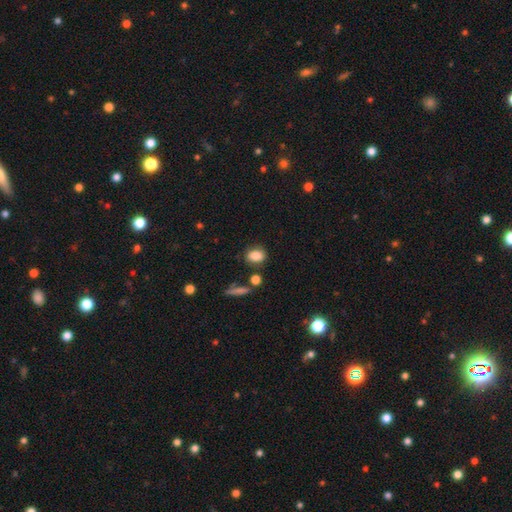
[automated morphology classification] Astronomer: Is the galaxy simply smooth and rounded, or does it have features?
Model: smooth — 84%.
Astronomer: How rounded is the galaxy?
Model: in between — 61% (runner-up: round, 36%).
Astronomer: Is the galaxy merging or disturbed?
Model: none — 75%.